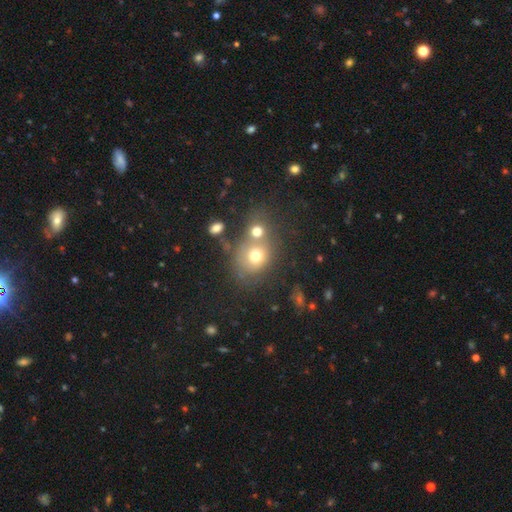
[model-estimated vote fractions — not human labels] smooth 68%, featured or disk 17%, star or artifact 15%. Down the decision tree: how rounded — round (71%); merging — merger (43%).